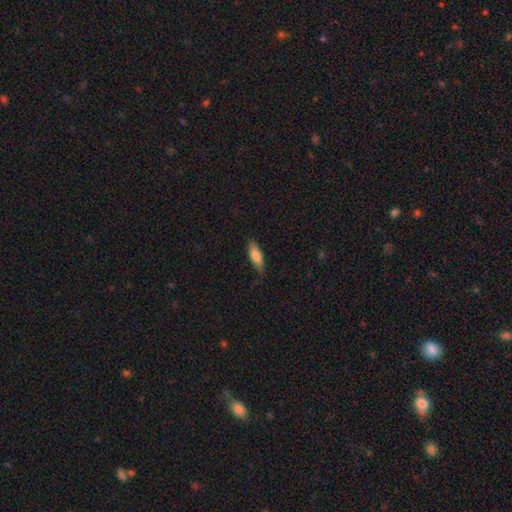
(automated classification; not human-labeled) This appears to be a smooth galaxy with no disk features (78%) that is in between round and cigar-shaped (58%). Merging: none (74%).